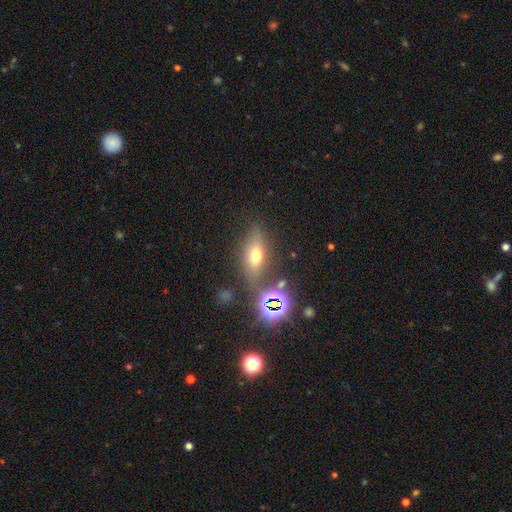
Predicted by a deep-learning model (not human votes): This is possibly a smooth galaxy (57%). How rounded: likely in between (65%). Merging: likely none (70%).